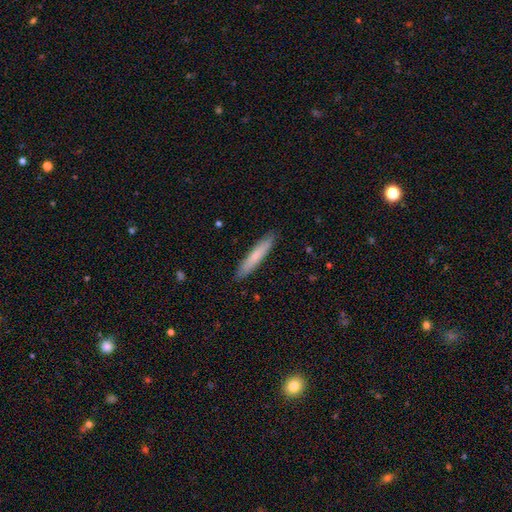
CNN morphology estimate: type=smooth (72%); roundness=cigar-shaped (92%); merging=none (90%).